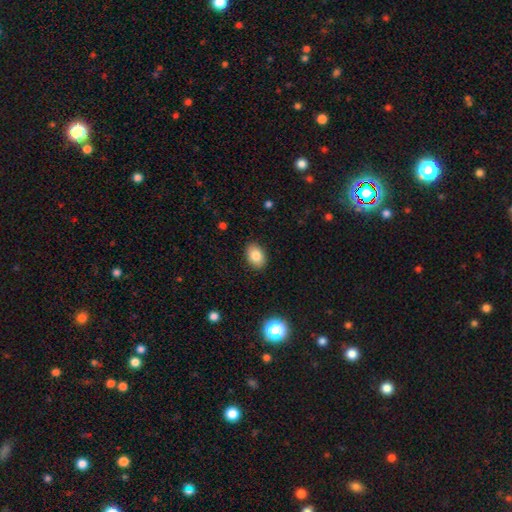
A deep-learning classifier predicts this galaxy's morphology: Smooth or featured: smooth — 83% (star or artifact — 9%)
How rounded: in between — 84% (round — 15%)
Merging: none — 89% (minor disturbance — 8%)